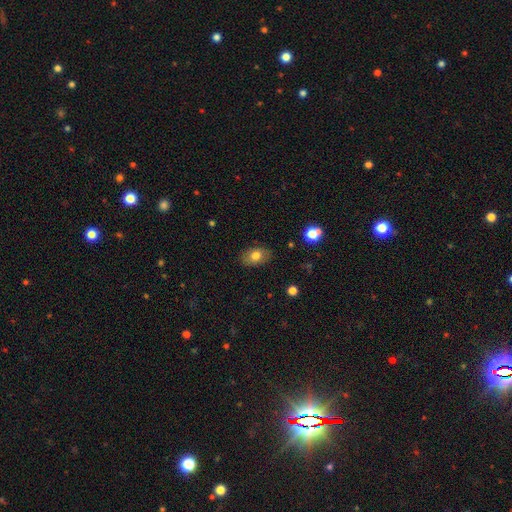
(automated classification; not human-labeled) Overall: smooth (77%). How rounded: in between (84%). Merging: none (85%).